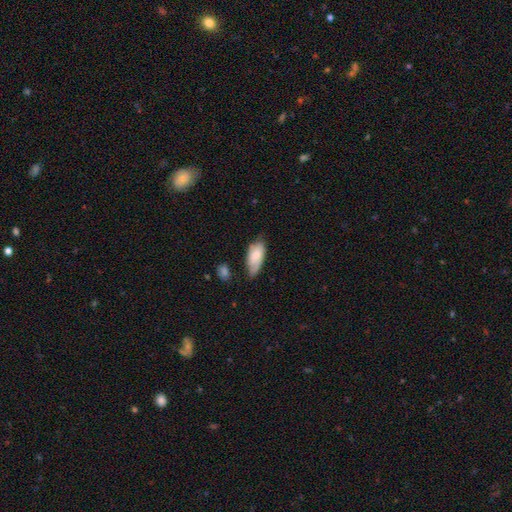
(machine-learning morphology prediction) Smooth or featured?
  - smooth: 74% *
  - featured or disk: 19%
  - star or artifact: 6%
How rounded?
  - in between: 89% *
  - cigar-shaped: 9%
  - round: 2%
Merging?
  - none: 53% *
  - minor disturbance: 36%
  - major disturbance: 8%
  - merger: 3%